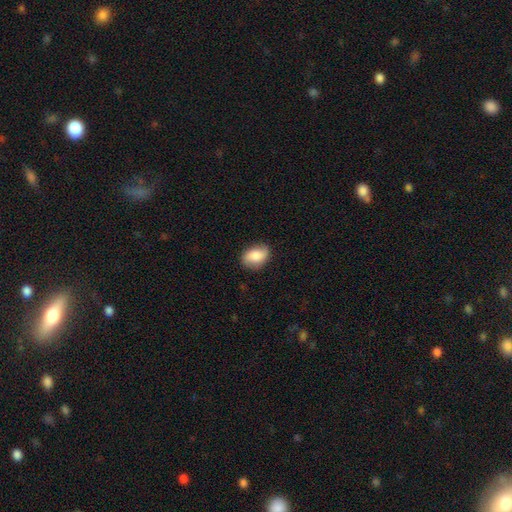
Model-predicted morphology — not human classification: type=smooth (73%); roundness=in between (80%); merging=none (82%).